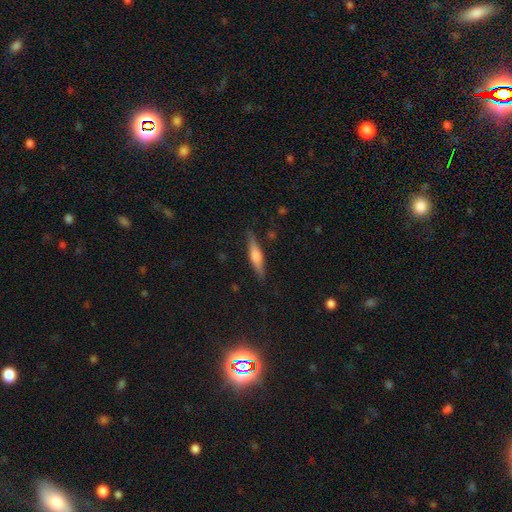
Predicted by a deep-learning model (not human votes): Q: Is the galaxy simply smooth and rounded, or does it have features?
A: smooth — 49%.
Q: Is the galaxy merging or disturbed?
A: none — 84%.